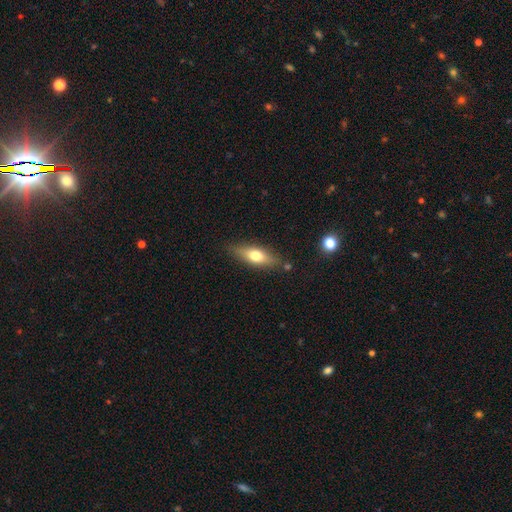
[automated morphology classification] A smooth galaxy with no disk features (65%) that is in between round and cigar-shaped (58%).

Vote fractions:
- Smooth or featured? smooth: 65% / featured or disk: 28% / star or artifact: 7%
- How rounded? in between: 58% / cigar-shaped: 39% / round: 3%
- Merging? none: 80% / minor disturbance: 13% / merger: 4% / major disturbance: 3%